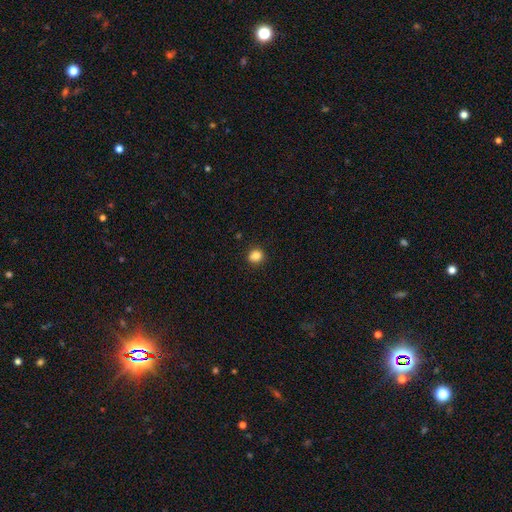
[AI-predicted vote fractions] Smooth or featured?
  - smooth: 86% *
  - star or artifact: 11%
  - featured or disk: 4%
How rounded?
  - round: 82% *
  - in between: 17%
  - cigar-shaped: 1%
Merging?
  - none: 90% *
  - minor disturbance: 7%
  - major disturbance: 2%
  - merger: 1%